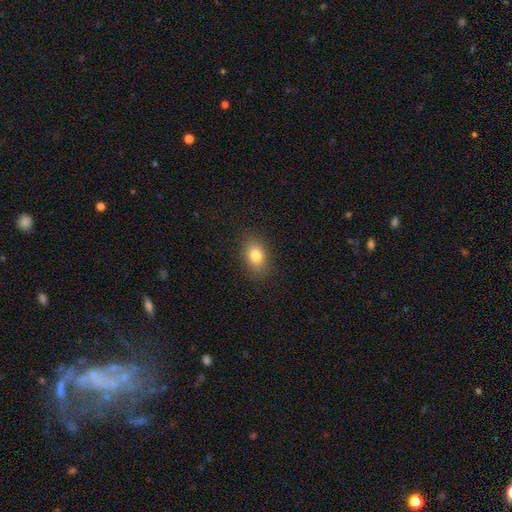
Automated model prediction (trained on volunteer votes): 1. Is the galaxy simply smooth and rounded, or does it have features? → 80% smooth, 10% star or artifact, 10% featured or disk.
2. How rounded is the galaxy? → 77% in between, 21% round, 2% cigar-shaped.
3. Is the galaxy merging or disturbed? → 87% none, 9% minor disturbance, 3% major disturbance, 1% merger.